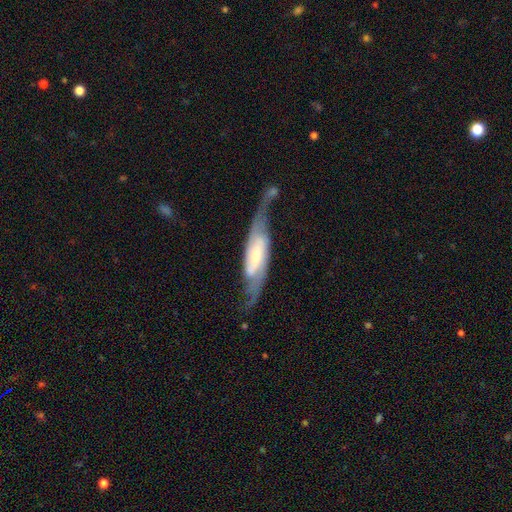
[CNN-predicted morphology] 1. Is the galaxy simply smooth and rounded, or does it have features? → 81% featured or disk, 14% smooth, 6% star or artifact.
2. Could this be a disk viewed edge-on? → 80% no, 20% yes.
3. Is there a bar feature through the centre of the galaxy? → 37% weak, 32% strong, 31% no.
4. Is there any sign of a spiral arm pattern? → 94% yes, 6% no.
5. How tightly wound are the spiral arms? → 47% loose, 37% medium, 17% tight.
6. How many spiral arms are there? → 87% 2, 7% can't tell, 3% 1, 2% 3, 1% 4, 1% more than 4.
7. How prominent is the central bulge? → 42% small, 38% moderate, 11% large, 7% none, 3% dominant.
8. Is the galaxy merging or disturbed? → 53% none, 21% minor disturbance, 20% major disturbance, 6% merger.